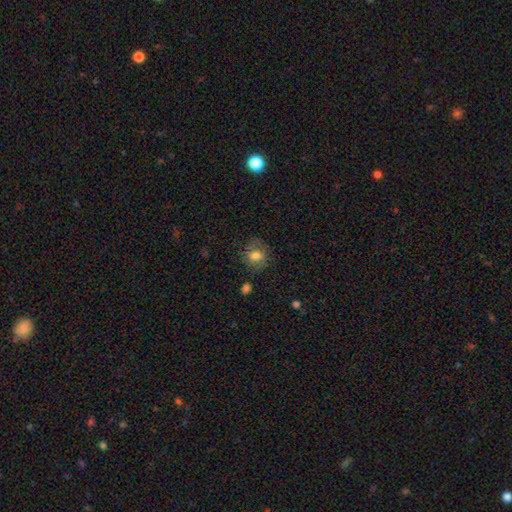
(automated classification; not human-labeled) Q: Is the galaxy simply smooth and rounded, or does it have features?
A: smooth — 70%.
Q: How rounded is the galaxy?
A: round — 73%.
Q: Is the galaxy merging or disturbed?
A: none — 72%.